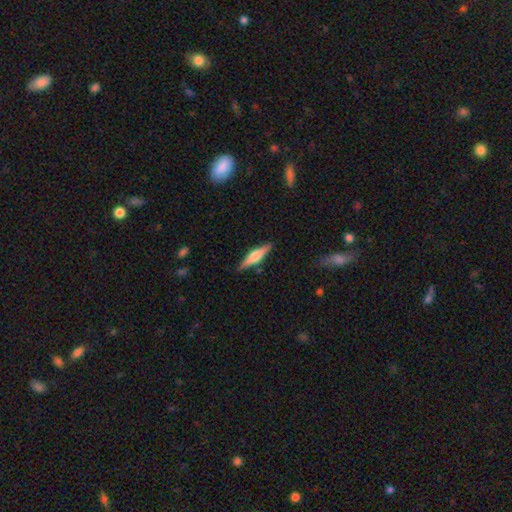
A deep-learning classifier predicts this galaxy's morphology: This appears to be a featured or disk galaxy (62%) viewed edge-on (97%) with a rounded central bulge (83%). Merging: none (89%).